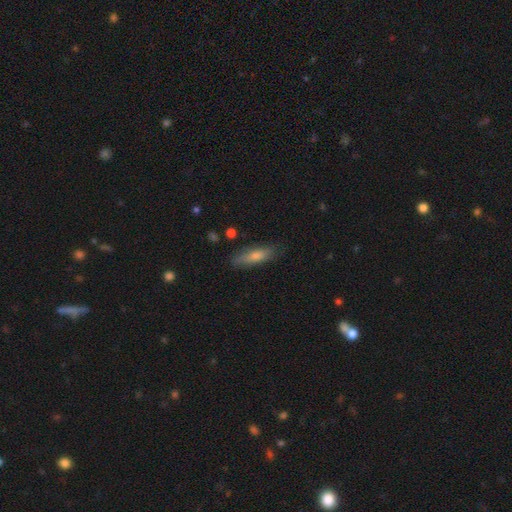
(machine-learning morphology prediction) Smooth or featured? Predicted: smooth (p=0.66). How rounded? Predicted: cigar-shaped (p=0.62). Merging? Predicted: none (p=0.81).